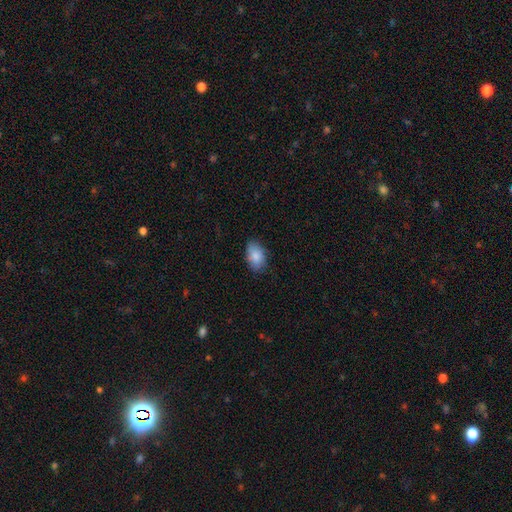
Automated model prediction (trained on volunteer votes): smooth_or_featured: smooth (p=0.85) [alt: featured or disk p=0.08]
how_rounded: in between (p=0.89) [alt: round p=0.09]
merging: none (p=0.78) [alt: minor disturbance p=0.18]